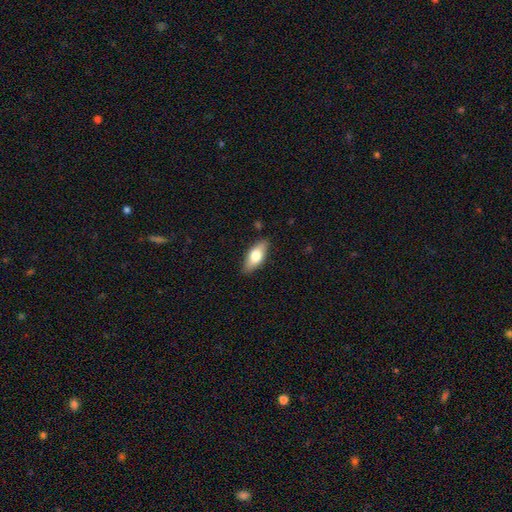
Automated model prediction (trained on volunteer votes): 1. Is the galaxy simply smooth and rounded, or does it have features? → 70% smooth, 24% featured or disk, 6% star or artifact.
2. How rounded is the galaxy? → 82% in between, 16% cigar-shaped, 3% round.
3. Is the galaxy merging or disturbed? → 85% none, 11% minor disturbance, 2% major disturbance, 1% merger.